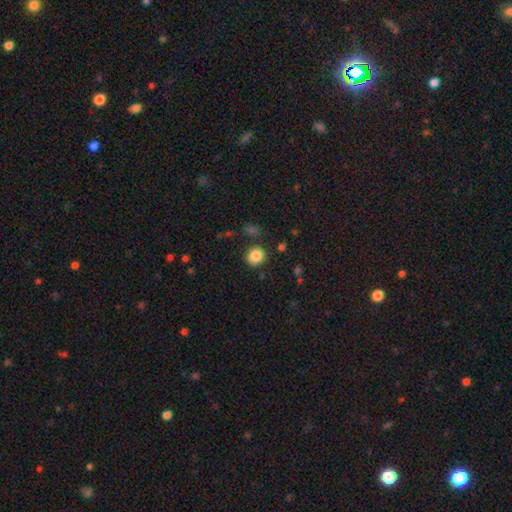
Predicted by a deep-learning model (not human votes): The model was most divided on "how rounded": round: 84%, in between: 15%, cigar-shaped: 1%. More confident: smooth or featured — smooth (87%); merging — none (84%).